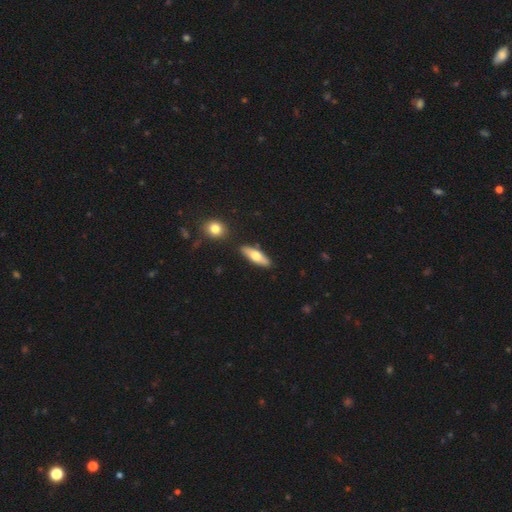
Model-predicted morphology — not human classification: A smooth galaxy with no disk features (61%) that is in between round and cigar-shaped (53%). Merging: none (84%).